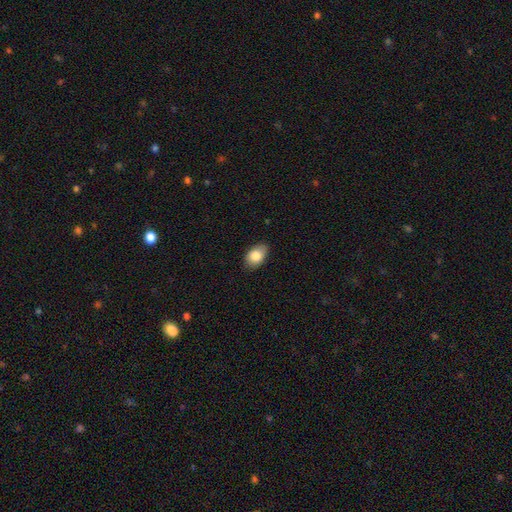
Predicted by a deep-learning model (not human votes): This appears to be a smooth galaxy with no disk features (85%) that is in between round and cigar-shaped (88%). Merging: none (83%).